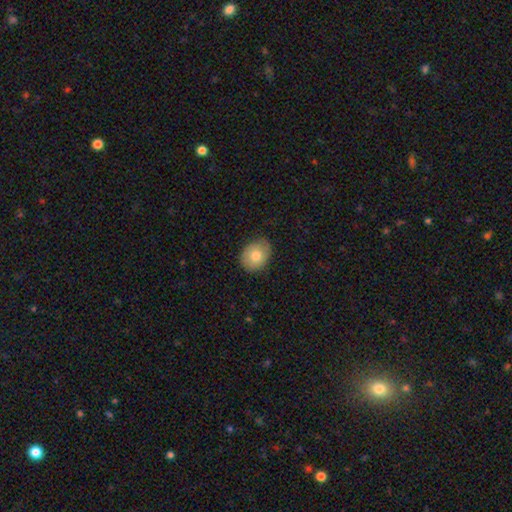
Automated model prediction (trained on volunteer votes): Smooth or featured? smooth (73%)
How rounded? in between (58%)
Merging? none (79%)